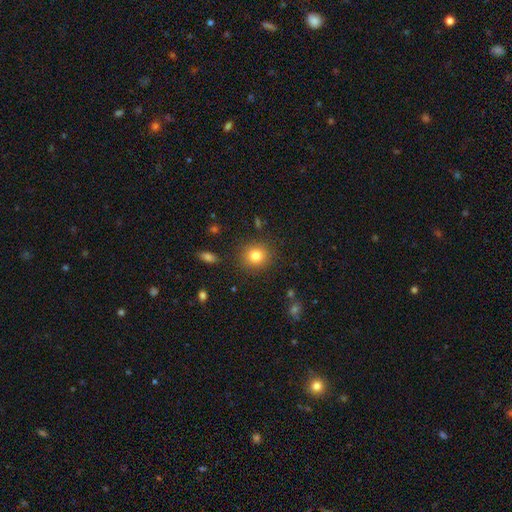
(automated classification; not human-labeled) This is clearly a smooth galaxy (81%). How rounded: clearly round (85%). Merging: clearly none (88%).